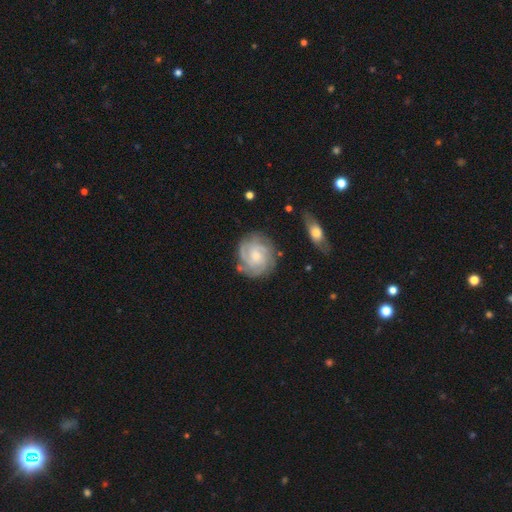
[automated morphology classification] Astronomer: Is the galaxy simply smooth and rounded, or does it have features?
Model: featured or disk — 81%.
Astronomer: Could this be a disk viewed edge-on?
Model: no — 98%.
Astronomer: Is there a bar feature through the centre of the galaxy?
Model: no — 67%.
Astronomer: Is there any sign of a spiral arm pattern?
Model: yes — 96%.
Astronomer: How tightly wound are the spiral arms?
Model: tight — 68%.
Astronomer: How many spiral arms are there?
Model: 3 — 30% (runner-up: can't tell, 23%).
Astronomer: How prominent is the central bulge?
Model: small — 54% (runner-up: moderate, 36%).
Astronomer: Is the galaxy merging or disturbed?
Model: none — 76%.